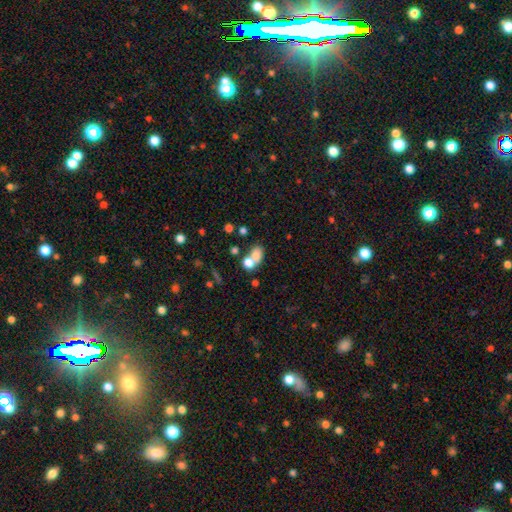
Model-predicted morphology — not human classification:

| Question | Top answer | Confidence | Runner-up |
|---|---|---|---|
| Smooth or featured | smooth | 73% | featured or disk (15%) |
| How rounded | in between | 65% | round (33%) |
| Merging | merger | 55% | none (30%) |